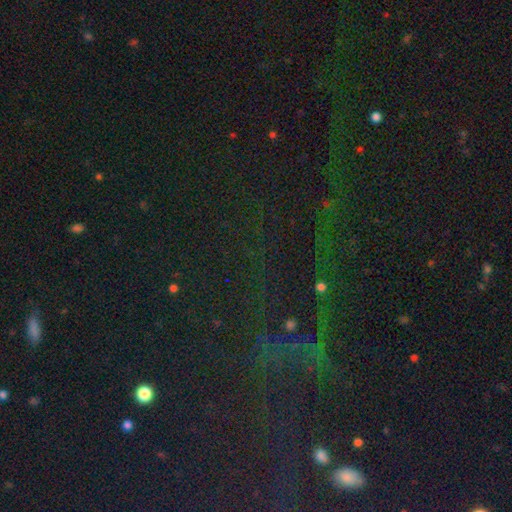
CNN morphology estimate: A star or artifact, not a galaxy (80%).

Vote fractions:
- Smooth or featured? star or artifact: 80% / smooth: 11% / featured or disk: 9%